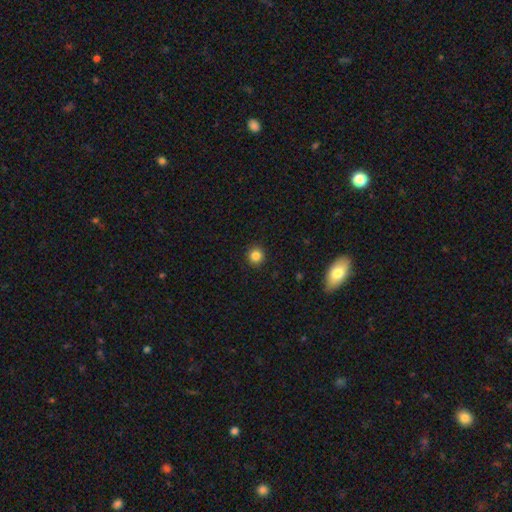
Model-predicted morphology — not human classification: Smooth or featured? Predicted: smooth (p=0.84). How rounded? Predicted: round (p=0.94). Merging? Predicted: none (p=0.92).